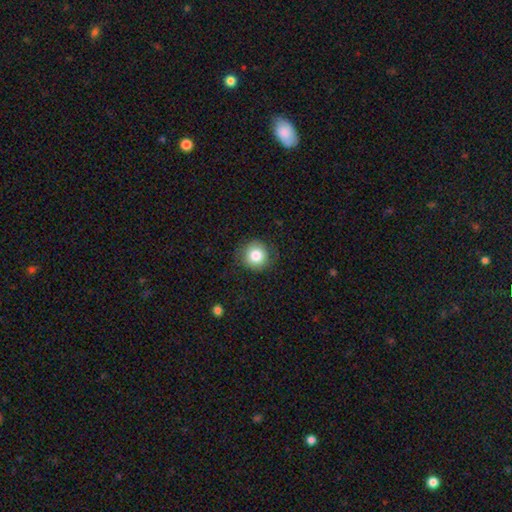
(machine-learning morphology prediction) A smooth galaxy with no disk features (81%) that is round (92%).

Vote fractions:
- Smooth or featured? smooth: 81% / star or artifact: 9% / featured or disk: 9%
- How rounded? round: 92% / in between: 7% / cigar-shaped: 1%
- Merging? none: 82% / minor disturbance: 12% / major disturbance: 4% / merger: 1%